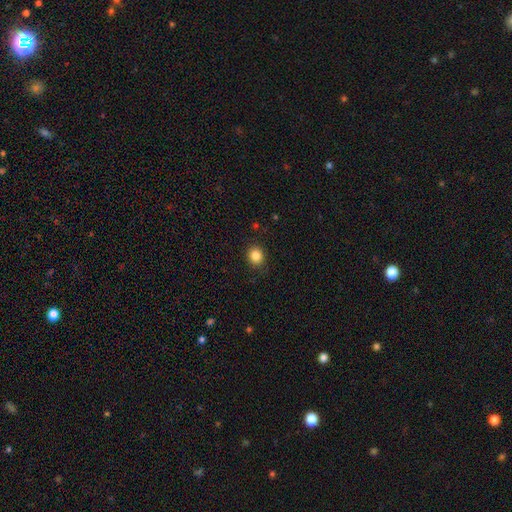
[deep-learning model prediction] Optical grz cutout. It shows a smooth galaxy with no disk features (85%) that is round (74%). Merging: none (88%).